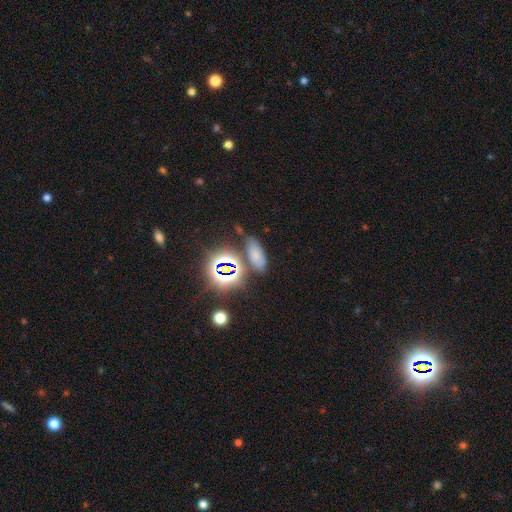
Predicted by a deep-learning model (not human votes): This is possibly a smooth galaxy (57%). How rounded: likely in between (80%). Merging: likely none (71%).